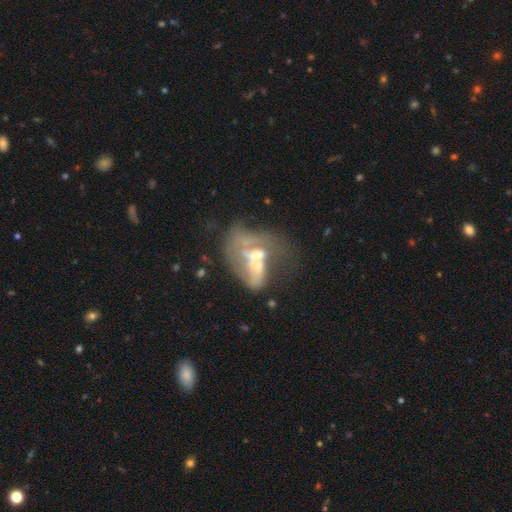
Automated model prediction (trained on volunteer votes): A featured or disk galaxy (64%) with no bar (69%), no spiral arms (61%) and a moderate central bulge (52%). Merging: merger (59%).